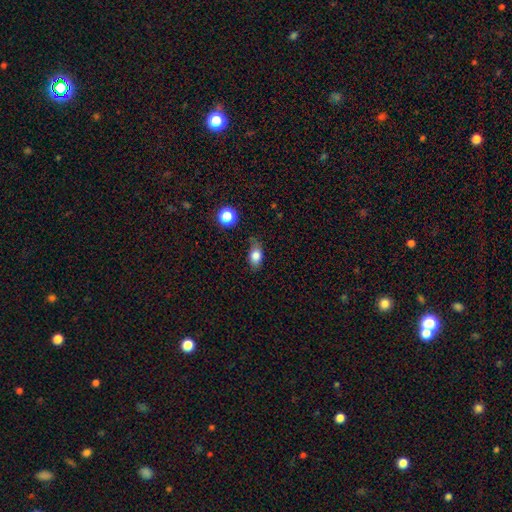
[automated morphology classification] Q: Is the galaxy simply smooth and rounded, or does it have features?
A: smooth — 82%.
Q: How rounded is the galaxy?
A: in between — 80%.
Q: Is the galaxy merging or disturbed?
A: none — 68%.